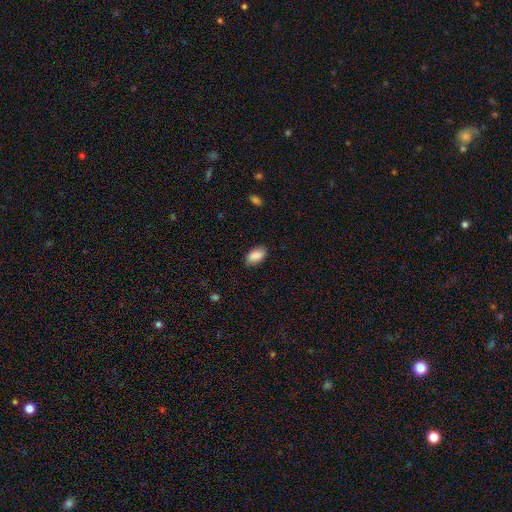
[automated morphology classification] Smooth or featured? Predicted: smooth (p=0.88). How rounded? Predicted: in between (p=0.93). Merging? Predicted: none (p=0.83).